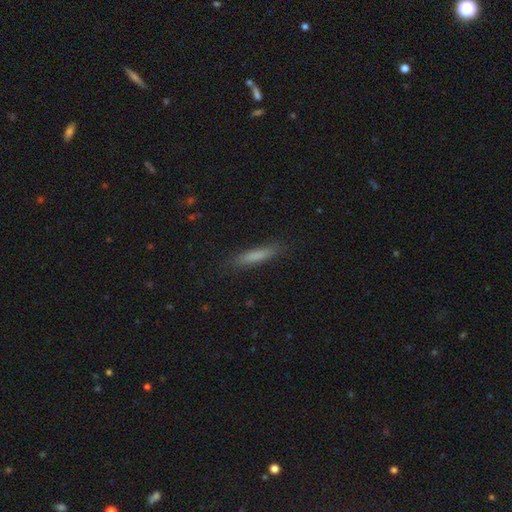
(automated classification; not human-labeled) This appears to be a smooth galaxy with no disk features (77%) that is cigar-shaped (87%). Merging: none (86%).